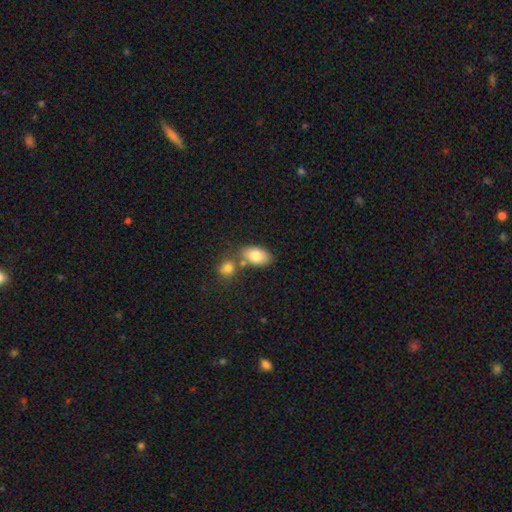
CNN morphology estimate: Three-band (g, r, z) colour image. It shows a smooth galaxy with no disk features (80%) that is in between round and cigar-shaped (89%). Merging: none (58%).